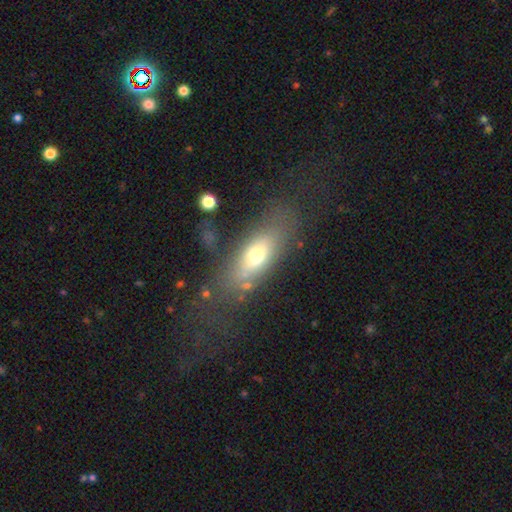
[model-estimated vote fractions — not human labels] Q: Smooth or featured?
A: smooth (60%); runner-up: featured or disk (29%)
Q: How rounded?
A: in between (67%); runner-up: cigar-shaped (27%)
Q: Merging?
A: none (66%); runner-up: minor disturbance (17%)